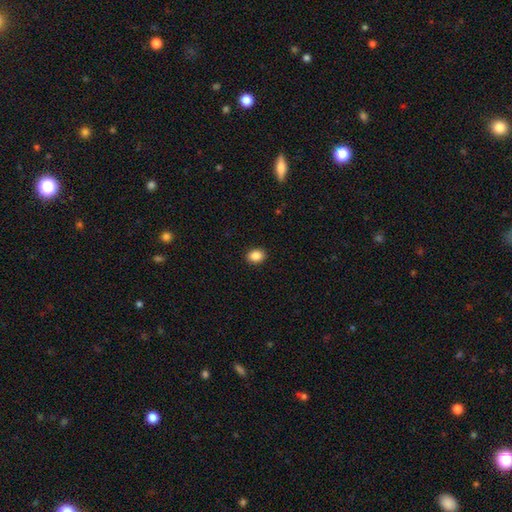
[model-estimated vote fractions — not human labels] A smooth galaxy with no disk features (87%) that is in between round and cigar-shaped (55%).

Vote fractions:
- Smooth or featured? smooth: 87% / star or artifact: 9% / featured or disk: 4%
- How rounded? in between: 55% / round: 44% / cigar-shaped: 1%
- Merging? none: 91% / minor disturbance: 6% / major disturbance: 2% / merger: 1%